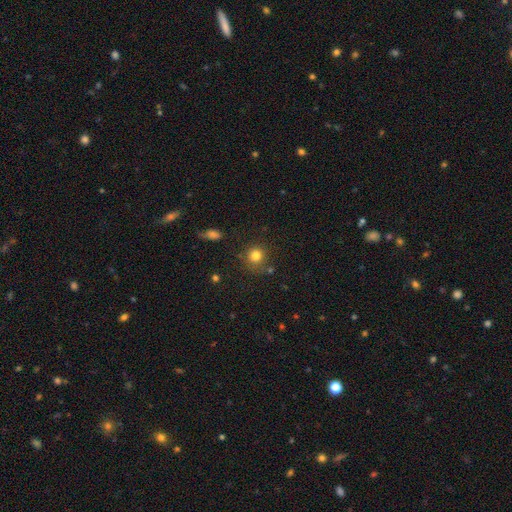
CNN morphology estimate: This is clearly a smooth galaxy (81%). How rounded: clearly round (89%). Merging: likely none (78%).